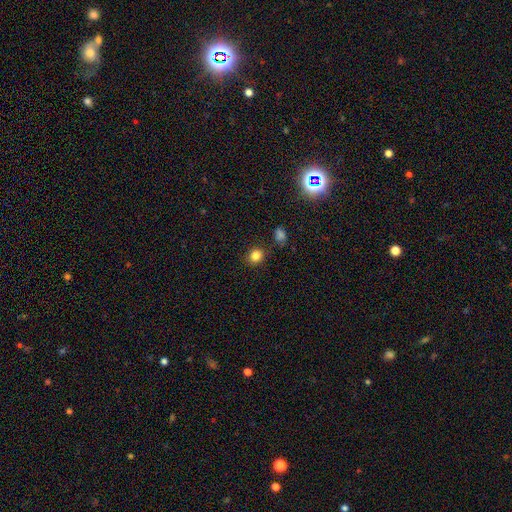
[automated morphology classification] Smooth or featured? Predicted: smooth (p=0.82). How rounded? Predicted: round (p=0.77). Merging? Predicted: none (p=0.85).